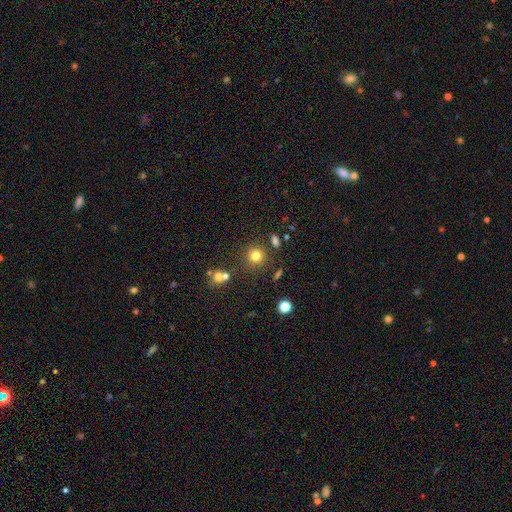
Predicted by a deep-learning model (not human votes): smooth 76%, star or artifact 16%, featured or disk 7%. Down the decision tree: how rounded — round (91%); merging — none (81%).